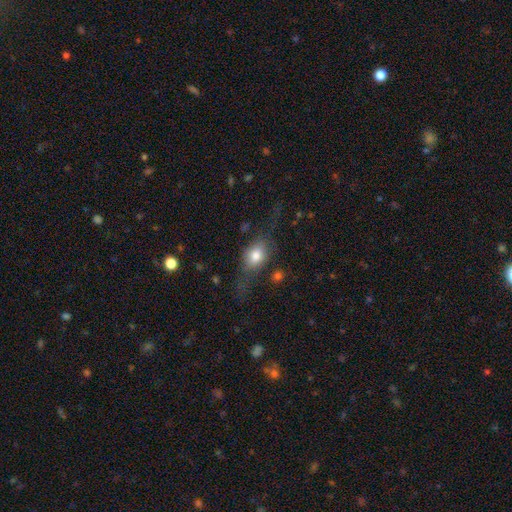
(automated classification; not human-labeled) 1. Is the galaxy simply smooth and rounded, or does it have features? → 69% smooth, 23% featured or disk, 9% star or artifact.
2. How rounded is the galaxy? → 74% in between, 22% round, 5% cigar-shaped.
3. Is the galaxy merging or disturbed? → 48% none, 26% major disturbance, 23% minor disturbance, 3% merger.